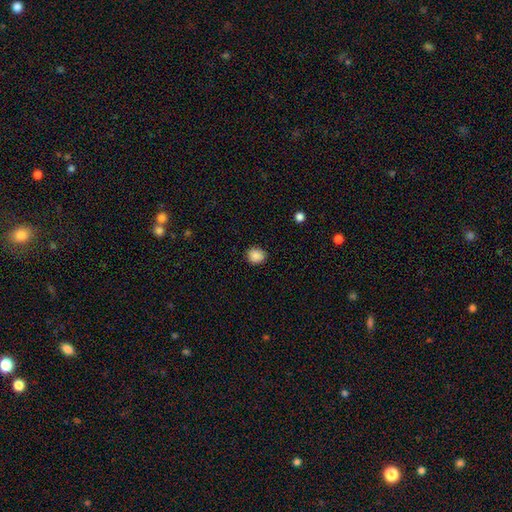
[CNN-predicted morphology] Q: Smooth or featured?
A: smooth (88%); runner-up: star or artifact (9%)
Q: How rounded?
A: round (75%); runner-up: in between (24%)
Q: Merging?
A: none (86%); runner-up: minor disturbance (10%)